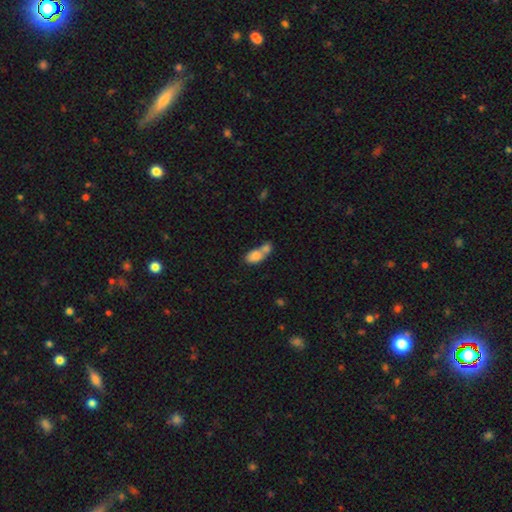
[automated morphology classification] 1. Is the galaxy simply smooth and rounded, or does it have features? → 78% smooth, 14% featured or disk, 8% star or artifact.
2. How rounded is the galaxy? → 82% in between, 15% round, 4% cigar-shaped.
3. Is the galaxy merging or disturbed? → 69% merger, 20% none, 7% minor disturbance, 4% major disturbance.